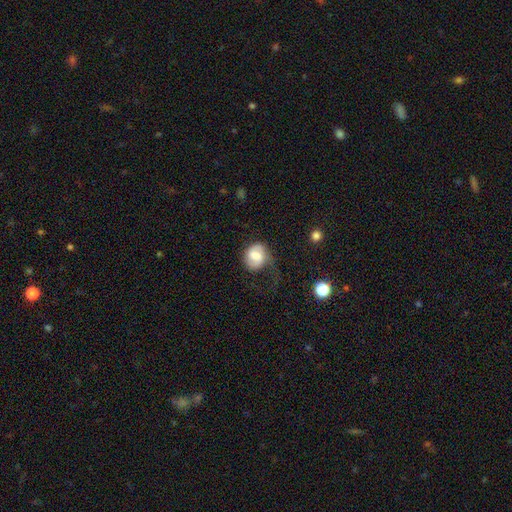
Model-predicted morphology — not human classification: This appears to be a smooth galaxy with no disk features (55%) that is round (61%). Merging: none (34%, tied with major disturbance).